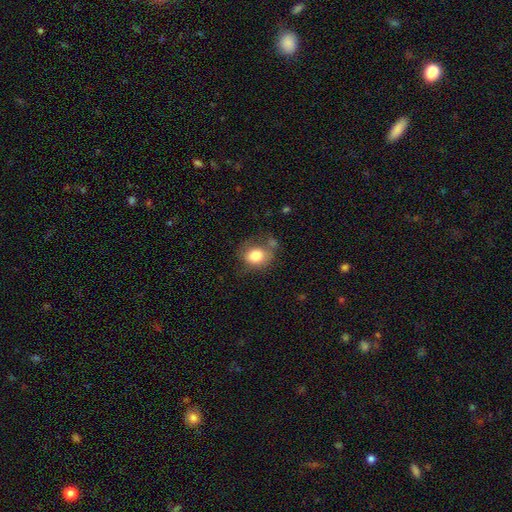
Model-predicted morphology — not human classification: type=smooth (80%); roundness=round (52%); merging=none (53%).